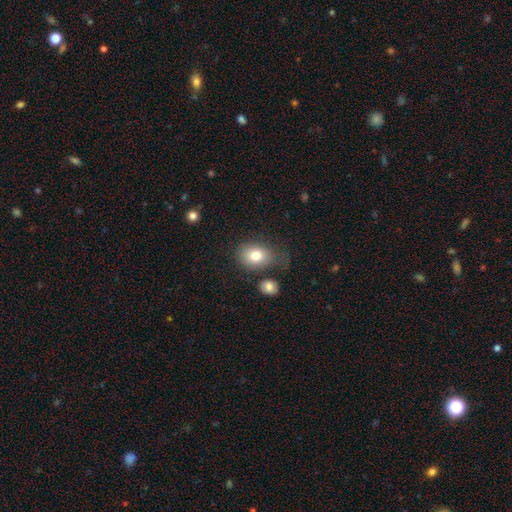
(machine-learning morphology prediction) smooth_or_featured: smooth (p=0.79) [alt: featured or disk p=0.12]
how_rounded: in between (p=0.65) [alt: round p=0.34]
merging: none (p=0.58) [alt: minor disturbance p=0.23]